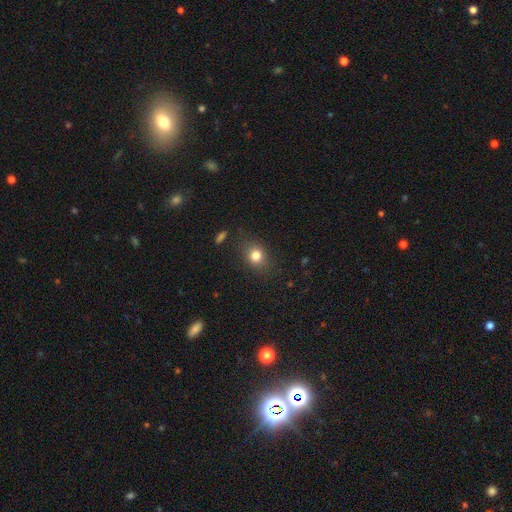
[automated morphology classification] A smooth galaxy with no disk features (80%) that is round (56%).

Vote fractions:
- Smooth or featured? smooth: 80% / star or artifact: 12% / featured or disk: 8%
- How rounded? round: 56% / in between: 43% / cigar-shaped: 1%
- Merging? none: 82% / minor disturbance: 13% / major disturbance: 4% / merger: 2%